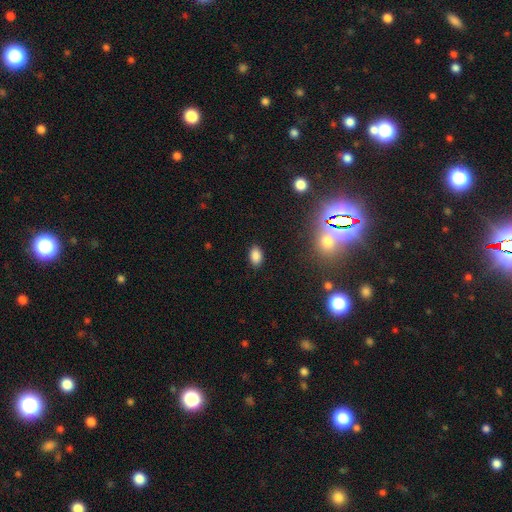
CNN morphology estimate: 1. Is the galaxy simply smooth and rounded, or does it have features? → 84% smooth, 12% star or artifact, 4% featured or disk.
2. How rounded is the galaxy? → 88% in between, 11% round, 2% cigar-shaped.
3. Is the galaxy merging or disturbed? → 87% none, 9% minor disturbance, 3% major disturbance, 1% merger.